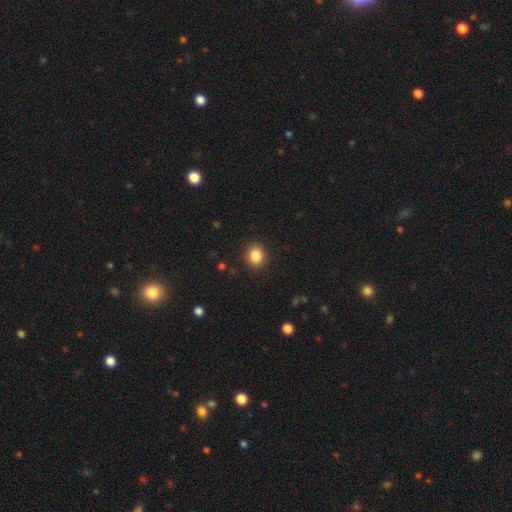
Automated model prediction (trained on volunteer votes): Smooth or featured? Predicted: smooth (p=0.86). How rounded? Predicted: round (p=0.65). Merging? Predicted: none (p=0.90).